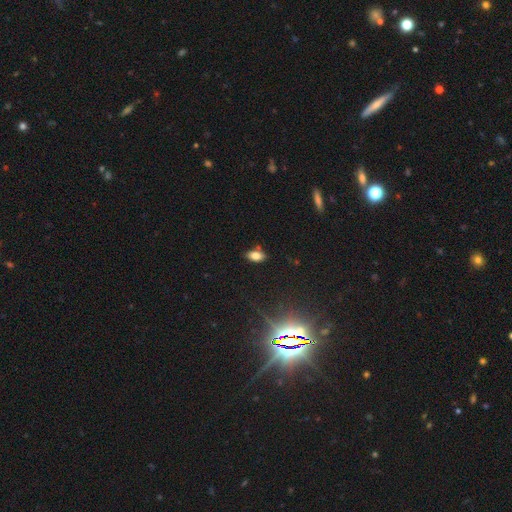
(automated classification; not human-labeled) smooth_or_featured: smooth (p=0.78) [alt: star or artifact p=0.12]
how_rounded: in between (p=0.91) [alt: round p=0.05]
merging: none (p=0.81) [alt: minor disturbance p=0.12]